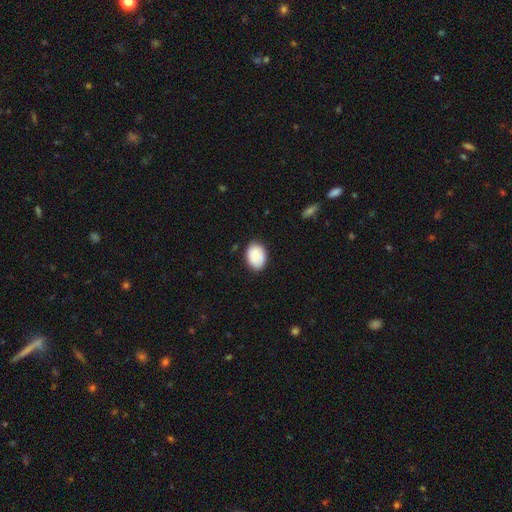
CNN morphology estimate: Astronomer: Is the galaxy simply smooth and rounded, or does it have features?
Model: smooth — 85%.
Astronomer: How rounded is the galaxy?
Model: in between — 75%.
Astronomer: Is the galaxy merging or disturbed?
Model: none — 79%.